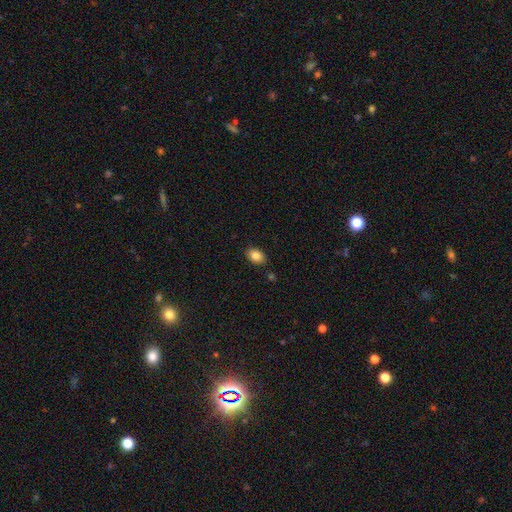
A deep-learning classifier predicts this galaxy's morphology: A smooth galaxy with no disk features (84%) that is in between round and cigar-shaped (76%). Merging: none (87%).